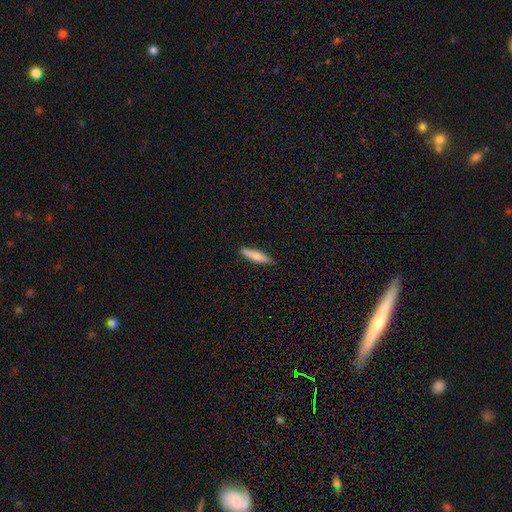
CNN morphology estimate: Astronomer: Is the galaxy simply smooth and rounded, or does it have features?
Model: smooth — 78%.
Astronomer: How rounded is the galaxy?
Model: cigar-shaped — 81%.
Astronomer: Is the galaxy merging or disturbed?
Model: none — 87%.